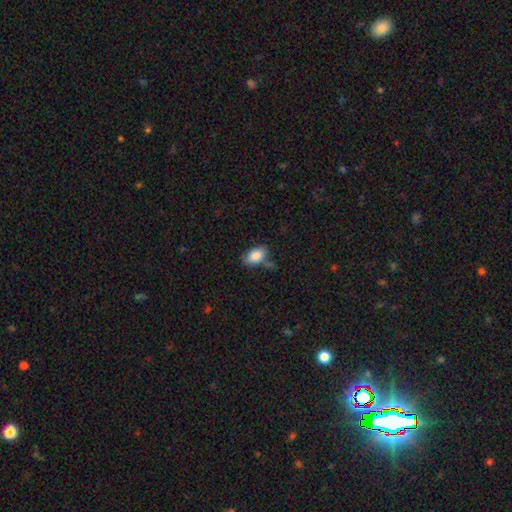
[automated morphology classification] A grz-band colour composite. It shows a smooth galaxy with no disk features (86%) that is in between round and cigar-shaped (91%). Merging: none (64%).